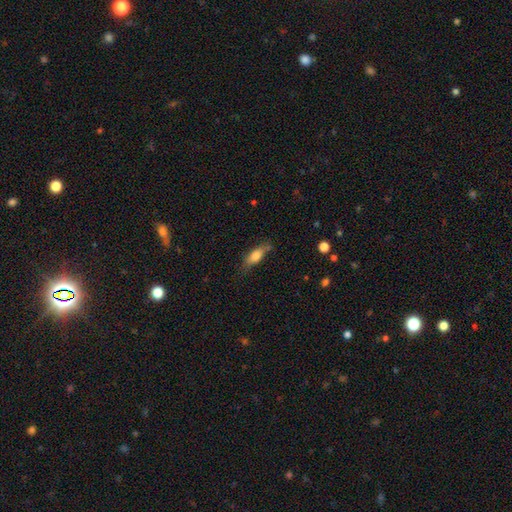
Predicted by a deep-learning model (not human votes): smooth 73%, featured or disk 19%, star or artifact 7%. Down the decision tree: how rounded — in between (64%); merging — none (63%).